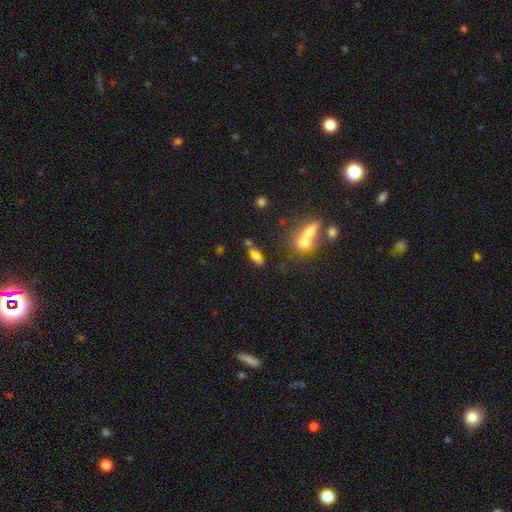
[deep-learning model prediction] Smooth or featured? Predicted: smooth (p=0.51). How rounded? Predicted: cigar-shaped (p=0.48). Merging? Predicted: none (p=0.52).